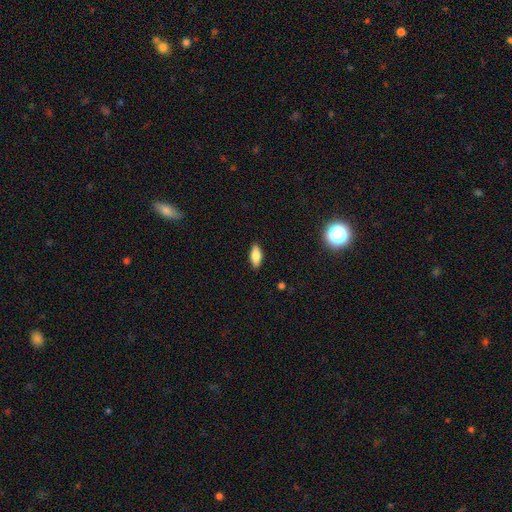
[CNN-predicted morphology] The model was most divided on "how rounded": in between: 84%, cigar-shaped: 14%, round: 2%. More confident: merging — none (88%); smooth or featured — smooth (82%).